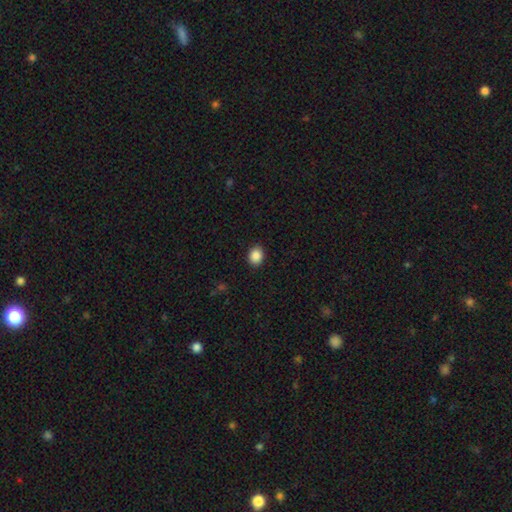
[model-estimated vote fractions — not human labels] Morphology: type=smooth (88%); roundness=round (58%); merging=none (91%).